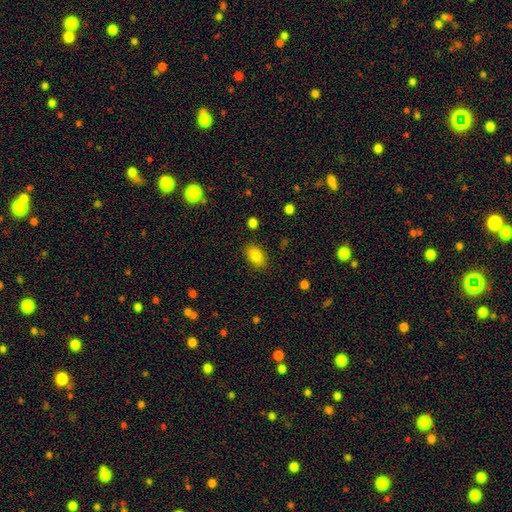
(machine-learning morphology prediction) This appears to be a smooth galaxy with no disk features (84%) that is in between round and cigar-shaped (88%). Merging: none (85%).